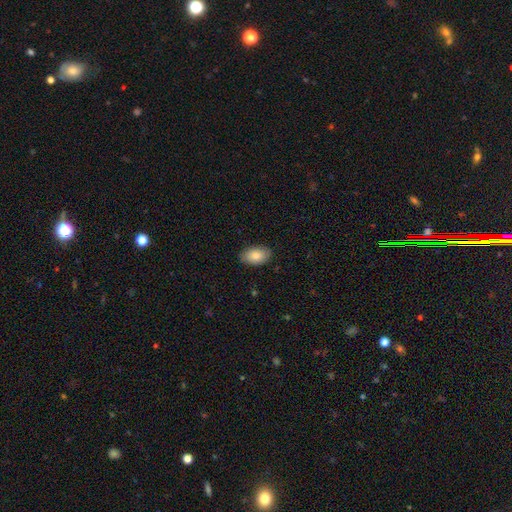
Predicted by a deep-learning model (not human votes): Smooth or featured? Predicted: smooth (p=0.84). How rounded? Predicted: in between (p=0.92). Merging? Predicted: none (p=0.86).